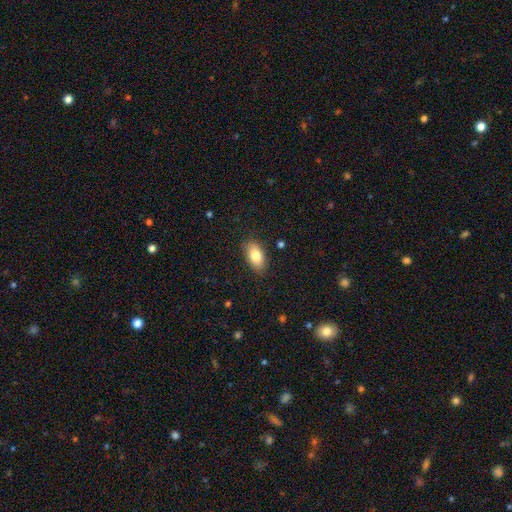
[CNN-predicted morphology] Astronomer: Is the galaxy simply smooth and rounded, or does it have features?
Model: smooth — 82%.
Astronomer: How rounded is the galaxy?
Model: in between — 92%.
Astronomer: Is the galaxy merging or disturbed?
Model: none — 85%.